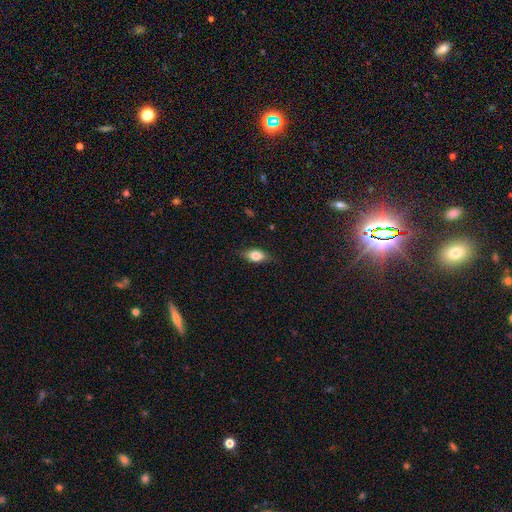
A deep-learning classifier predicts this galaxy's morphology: Smooth or featured? Predicted: smooth (p=0.77). How rounded? Predicted: in between (p=0.84). Merging? Predicted: none (p=0.81).